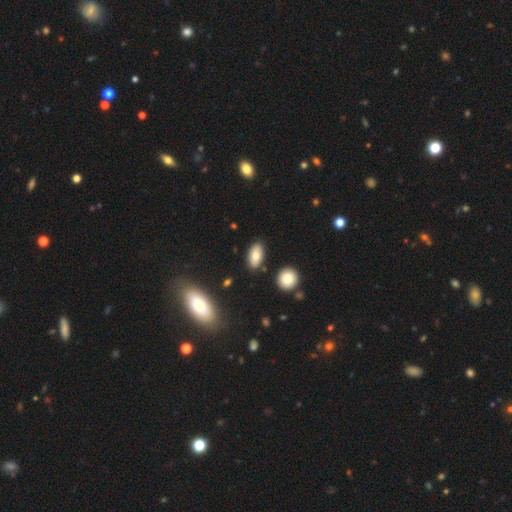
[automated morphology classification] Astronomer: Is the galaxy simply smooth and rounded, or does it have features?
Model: smooth — 77%.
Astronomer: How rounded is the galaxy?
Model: in between — 91%.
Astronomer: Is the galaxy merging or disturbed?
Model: none — 84%.